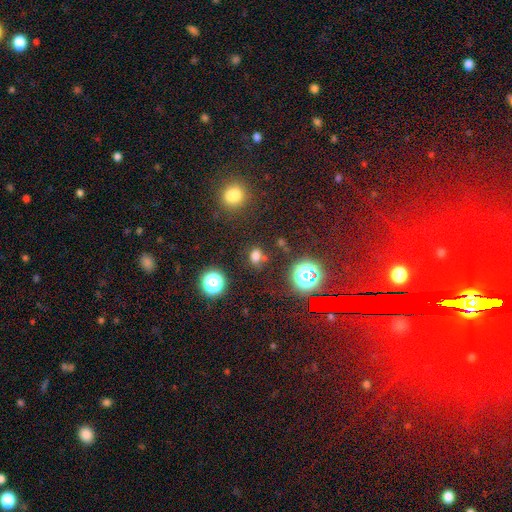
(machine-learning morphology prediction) type=smooth (68%); roundness=in between (50%); merging=none (71%).